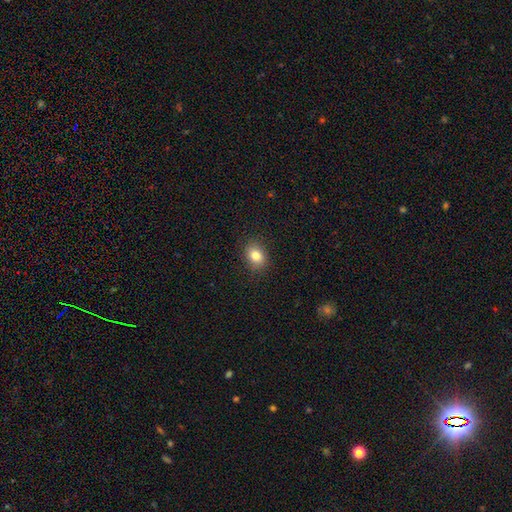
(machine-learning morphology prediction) Smooth or featured? Predicted: smooth (p=0.82). How rounded? Predicted: in between (p=0.57). Merging? Predicted: none (p=0.88).